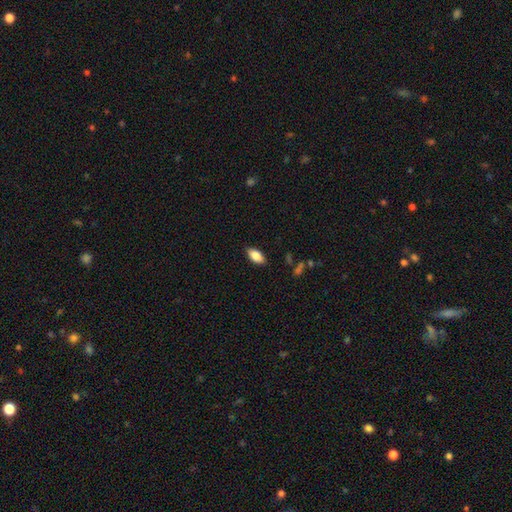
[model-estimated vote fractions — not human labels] Smooth or featured?
  - smooth: 84% *
  - featured or disk: 9%
  - star or artifact: 7%
How rounded?
  - in between: 90% *
  - cigar-shaped: 7%
  - round: 3%
Merging?
  - none: 87% *
  - minor disturbance: 10%
  - major disturbance: 2%
  - merger: 1%